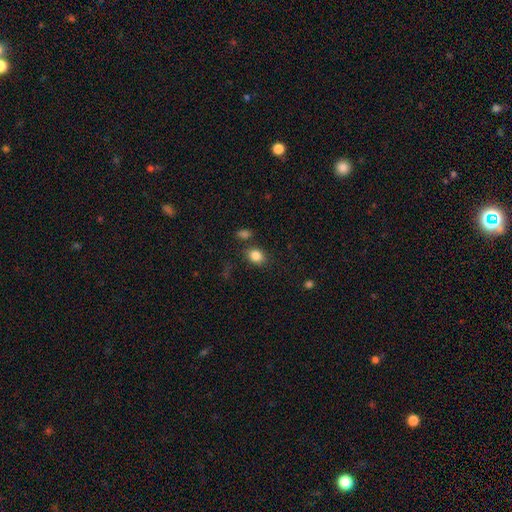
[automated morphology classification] A smooth galaxy with no disk features (84%) that is in between round and cigar-shaped (53%). Merging: none (77%).